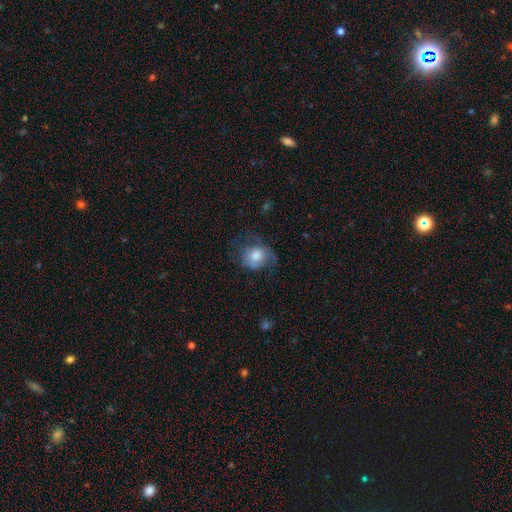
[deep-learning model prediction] Overall: smooth (67%). How rounded: round (61%; in between 38%). Merging: none (42%; major disturbance 29%).